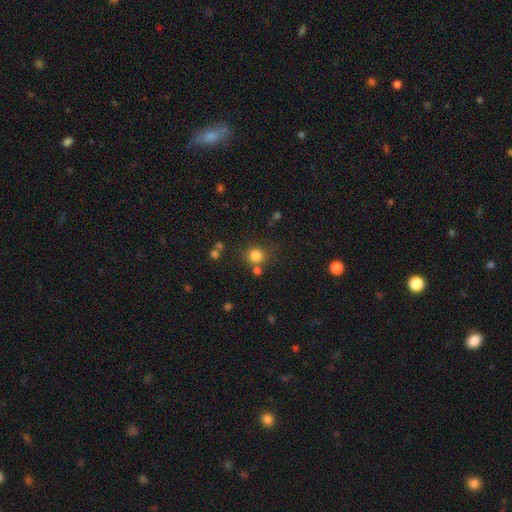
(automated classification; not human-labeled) Smooth or featured? Predicted: smooth (p=0.81). How rounded? Predicted: round (p=0.85). Merging? Predicted: none (p=0.72).